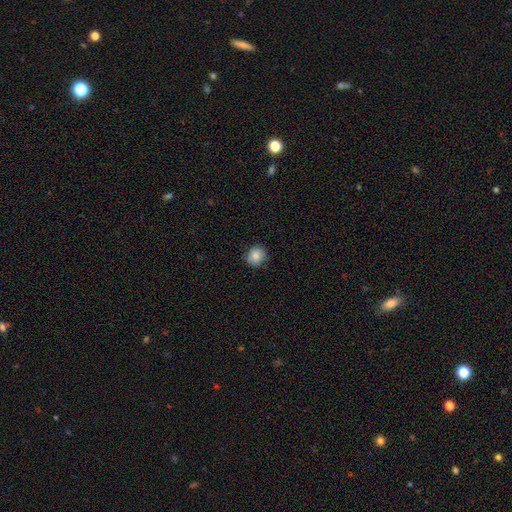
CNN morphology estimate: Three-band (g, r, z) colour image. It shows a smooth galaxy with no disk features (86%) that is round (89%). Merging: none (86%).